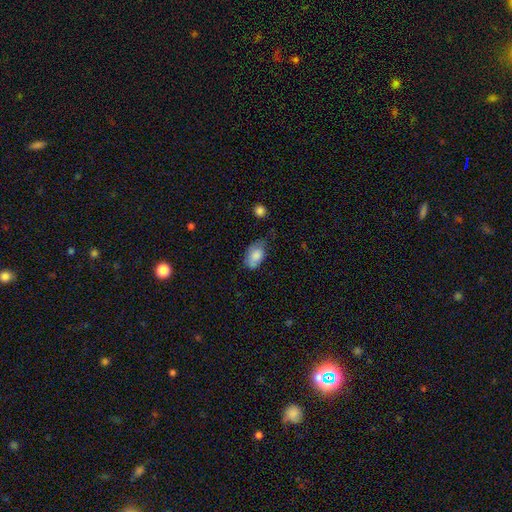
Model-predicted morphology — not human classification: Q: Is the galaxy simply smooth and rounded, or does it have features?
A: smooth — 78%.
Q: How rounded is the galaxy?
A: in between — 90%.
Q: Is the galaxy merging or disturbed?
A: none — 49%.